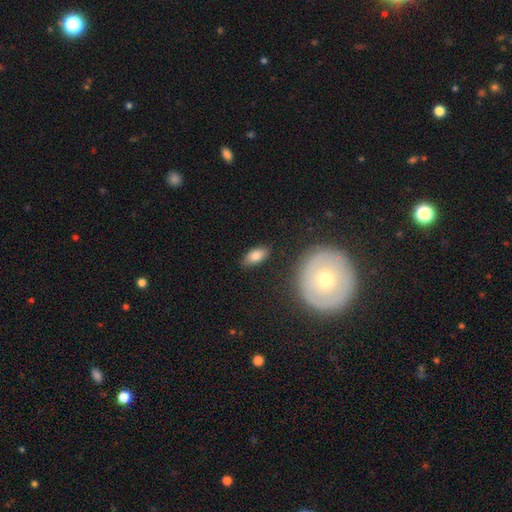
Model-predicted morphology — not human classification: A smooth galaxy with no disk features (80%) that is in between round and cigar-shaped (89%). Merging: none (83%).